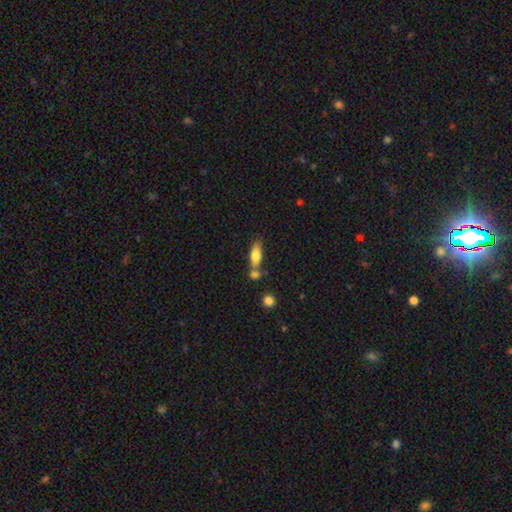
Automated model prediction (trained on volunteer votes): This is likely a smooth galaxy (72%). How rounded: likely in between (65%). Merging: possibly none (50%).